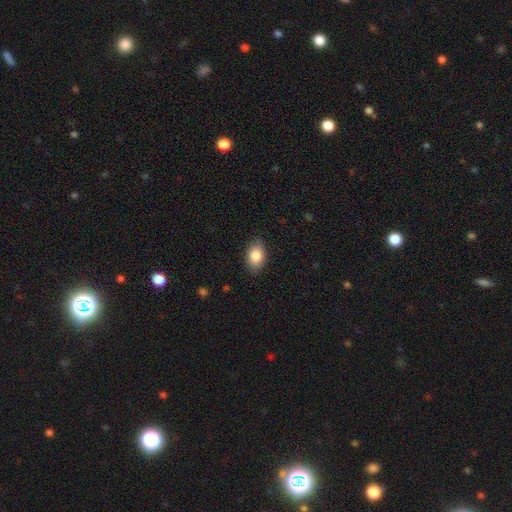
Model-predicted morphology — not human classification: type=smooth (85%); roundness=in between (88%); merging=none (86%).